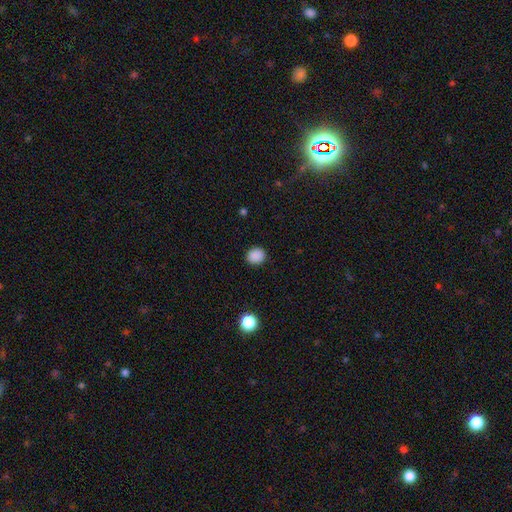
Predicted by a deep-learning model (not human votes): The model was most divided on "how rounded": round: 74%, in between: 25%, cigar-shaped: 1%. More confident: merging — none (90%); smooth or featured — smooth (88%).